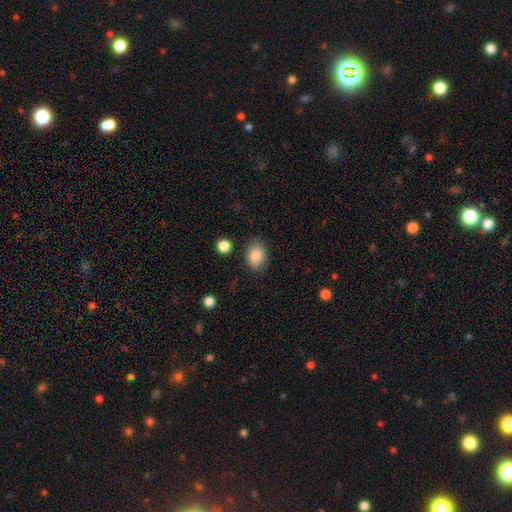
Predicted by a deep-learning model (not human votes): Morphology: type=smooth (88%); roundness=in between (72%); merging=none (81%).